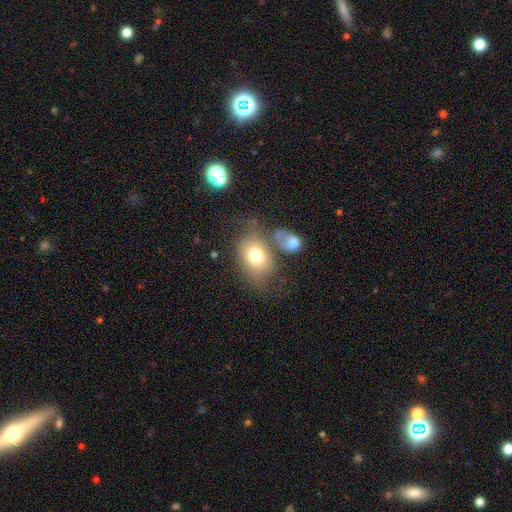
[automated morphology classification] Smooth or featured?
  - smooth: 72% *
  - featured or disk: 19%
  - star or artifact: 9%
How rounded?
  - in between: 73% *
  - round: 26%
  - cigar-shaped: 1%
Merging?
  - none: 44% *
  - merger: 25%
  - minor disturbance: 19%
  - major disturbance: 12%